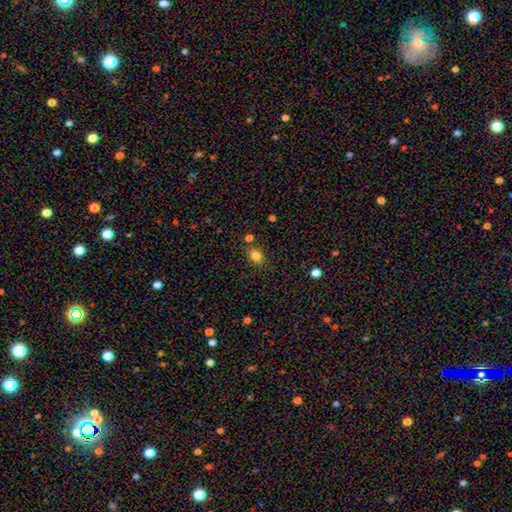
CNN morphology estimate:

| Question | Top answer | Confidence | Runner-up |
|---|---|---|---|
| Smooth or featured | smooth | 82% | star or artifact (11%) |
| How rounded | in between | 64% | round (35%) |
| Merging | none | 77% | minor disturbance (13%) |